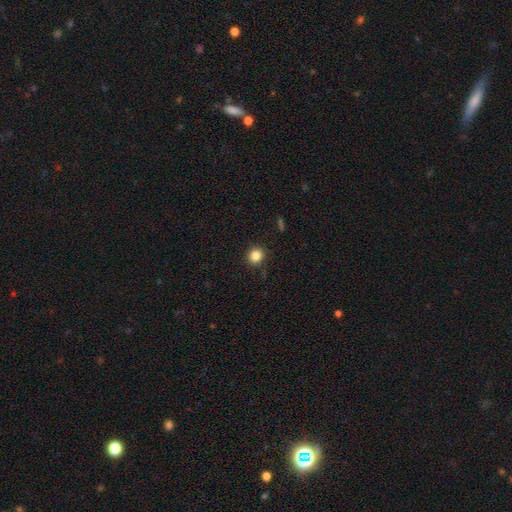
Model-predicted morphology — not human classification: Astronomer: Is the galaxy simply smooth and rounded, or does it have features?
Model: smooth — 84%.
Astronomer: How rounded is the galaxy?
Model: round — 89%.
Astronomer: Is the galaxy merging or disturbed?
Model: none — 89%.